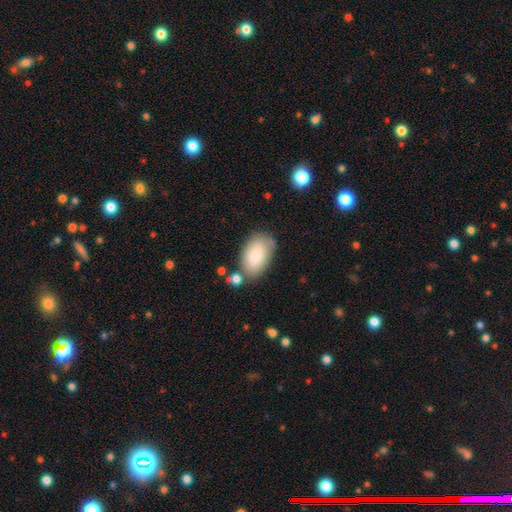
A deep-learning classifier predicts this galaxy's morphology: The model was most divided on "merging": none: 66%, minor disturbance: 19%, merger: 8%, major disturbance: 6%. More confident: how rounded — in between (94%); smooth or featured — smooth (85%).